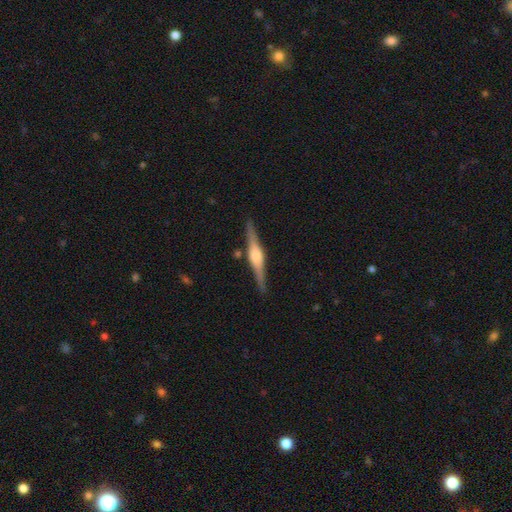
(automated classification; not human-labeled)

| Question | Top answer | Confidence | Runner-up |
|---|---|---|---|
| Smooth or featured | featured or disk | 82% | smooth (13%) |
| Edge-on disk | yes | 98% | no (2%) |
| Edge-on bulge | rounded | 83% | boxy (14%) |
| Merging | none | 89% | minor disturbance (8%) |